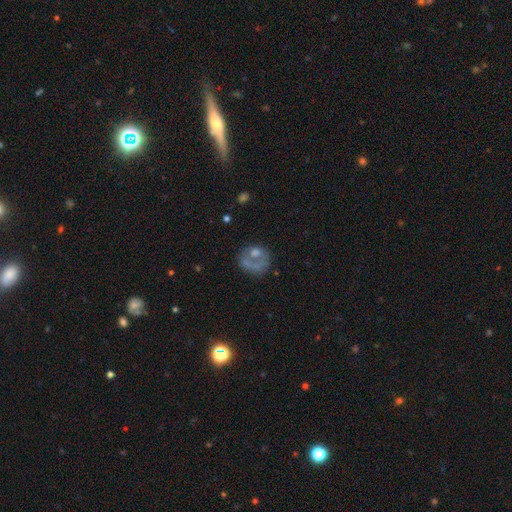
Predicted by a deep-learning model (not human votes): Morphology: type=smooth (48%); merging=none (42%).